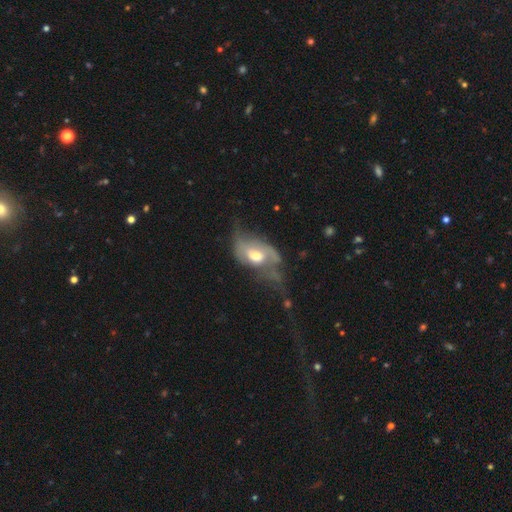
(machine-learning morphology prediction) smooth_or_featured: featured or disk (p=0.62) [alt: smooth p=0.31]
disk_edge_on: no (p=0.92) [alt: yes p=0.08]
bar: no (p=0.56) [alt: weak p=0.34]
has_spiral_arms: yes (p=0.67) [alt: no p=0.33]
bulge_size: moderate (p=0.70) [alt: large p=0.16]
merging: major disturbance (p=0.41) [alt: none p=0.28]